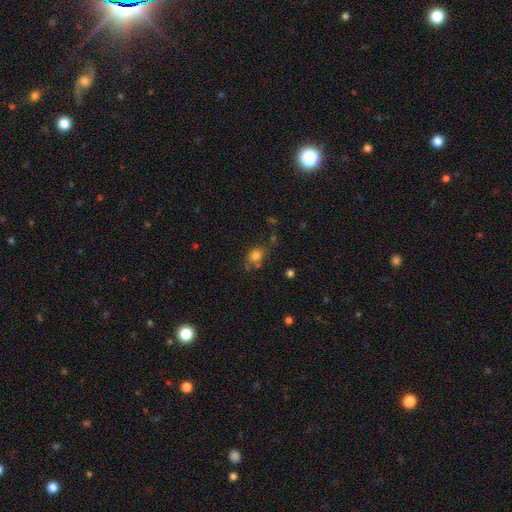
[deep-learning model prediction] The model was most divided on "how rounded": round: 50%, in between: 49%, cigar-shaped: 1%. More confident: smooth or featured — smooth (80%); merging — none (65%).